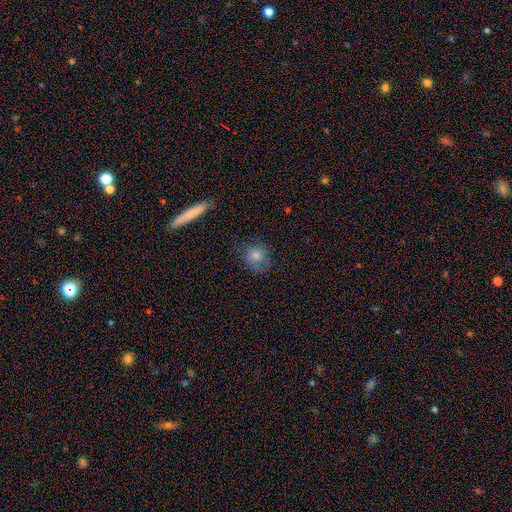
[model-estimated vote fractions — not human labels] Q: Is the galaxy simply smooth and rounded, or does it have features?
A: smooth — 80%.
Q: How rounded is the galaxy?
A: round — 76%.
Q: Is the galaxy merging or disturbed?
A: none — 70%.